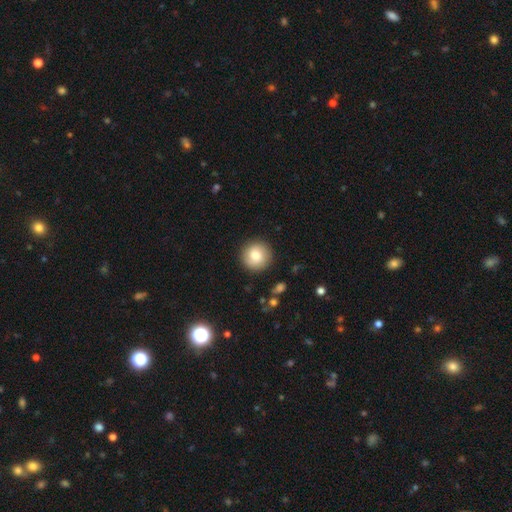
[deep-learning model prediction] Overall: smooth (82%). How rounded: round (94%). Merging: none (90%).